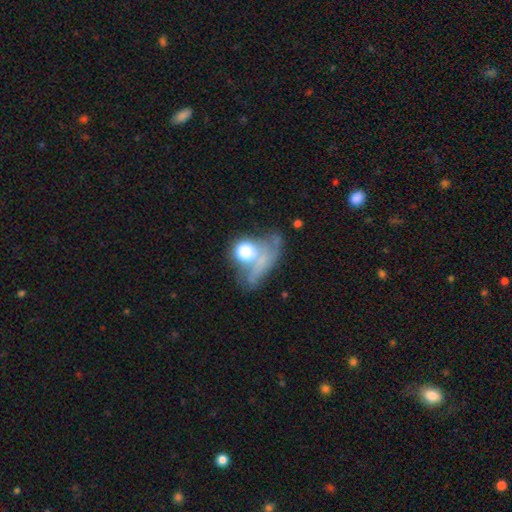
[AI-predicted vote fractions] Smooth or featured? Predicted: smooth (p=0.57). How rounded? Predicted: in between (p=0.50). Merging? Predicted: major disturbance (p=0.38).